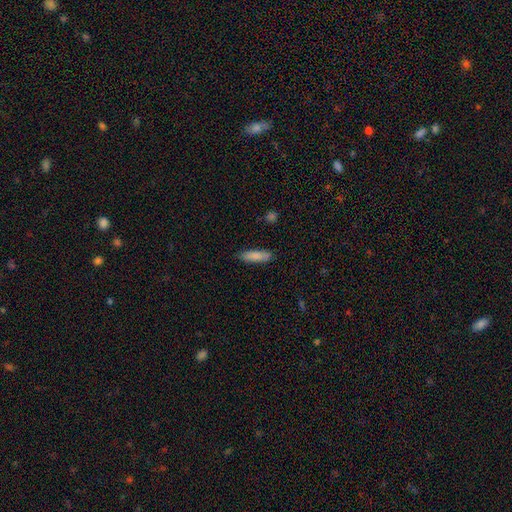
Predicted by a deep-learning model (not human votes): This is clearly a smooth galaxy (83%). How rounded: likely cigar-shaped (65%). Merging: clearly none (85%).